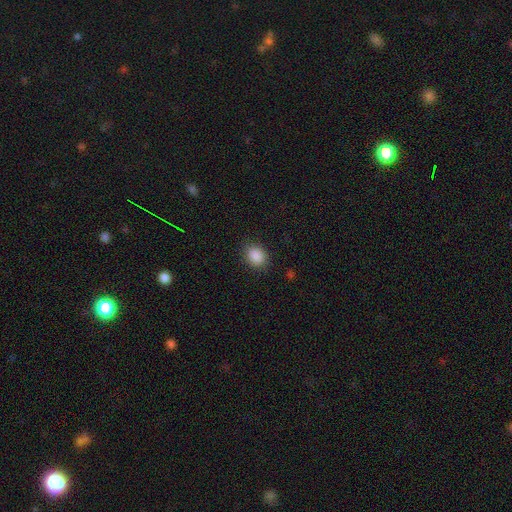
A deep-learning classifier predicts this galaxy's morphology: smooth_or_featured: smooth (p=0.88) [alt: star or artifact p=0.09]
how_rounded: in between (p=0.57) [alt: round p=0.42]
merging: none (p=0.86) [alt: minor disturbance p=0.10]